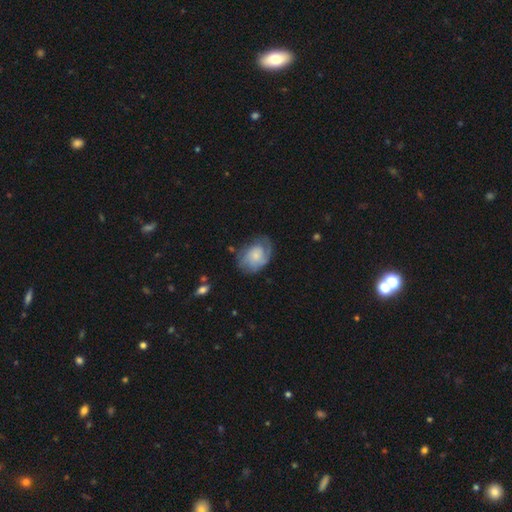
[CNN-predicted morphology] Smooth or featured? featured or disk (56%)
Edge-on disk? no (97%)
Bar? no (73%)
Spiral arms? yes (85%)
Bulge size? small (55%)
Merging? none (59%)